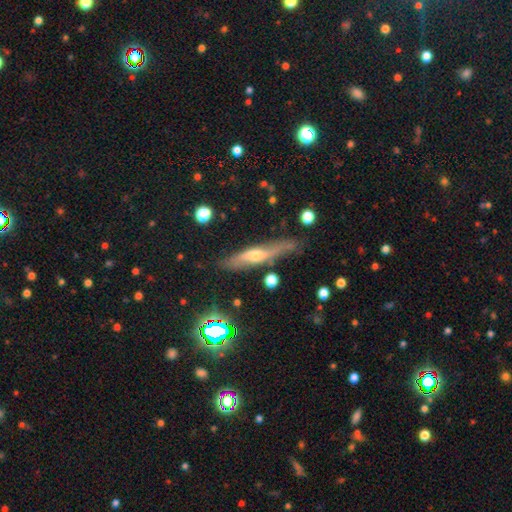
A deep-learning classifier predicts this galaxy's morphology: A featured or disk galaxy (56%) viewed edge-on (80%). Merging: none (69%).